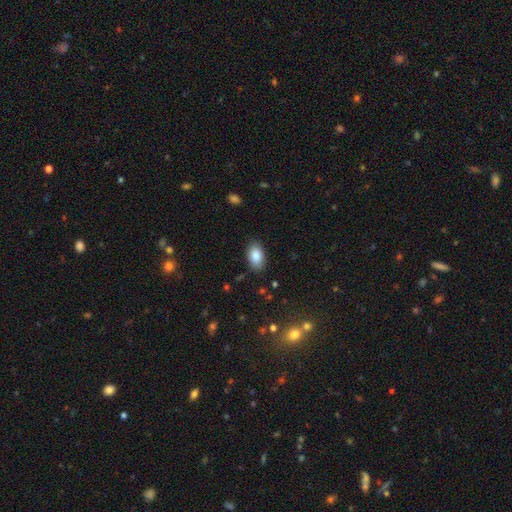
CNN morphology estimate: The model was most divided on "merging": none: 86%, minor disturbance: 10%, major disturbance: 3%, merger: 1%. More confident: how rounded — in between (93%); smooth or featured — smooth (86%).